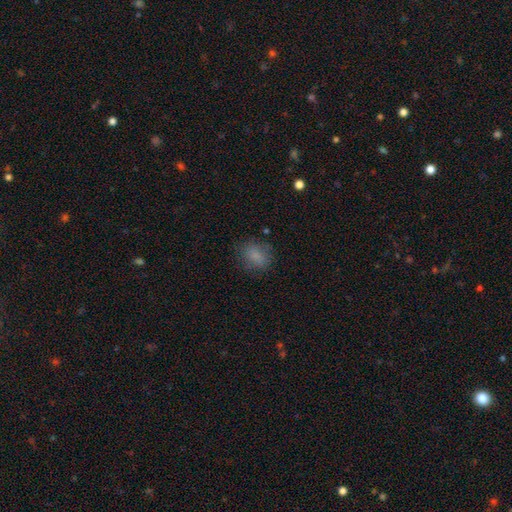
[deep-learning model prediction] Smooth or featured?
  - smooth: 81% *
  - star or artifact: 11%
  - featured or disk: 8%
How rounded?
  - in between: 53% *
  - round: 45%
  - cigar-shaped: 2%
Merging?
  - none: 74% *
  - minor disturbance: 17%
  - major disturbance: 7%
  - merger: 2%